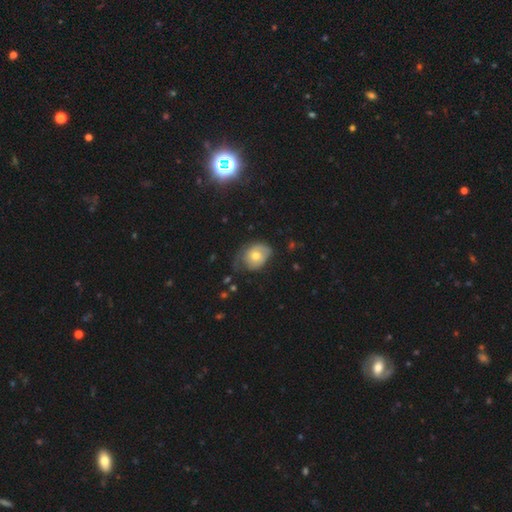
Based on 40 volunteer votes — Smooth or featured?
  - smooth: 50% *
  - featured or disk: 38%
  - star or artifact: 12%
How rounded?
  - in between: 60% *
  - round: 40%
  - cigar-shaped: 0%
Merging?
  - none: 46% *
  - minor disturbance: 29%
  - major disturbance: 17%
  - merger: 9%